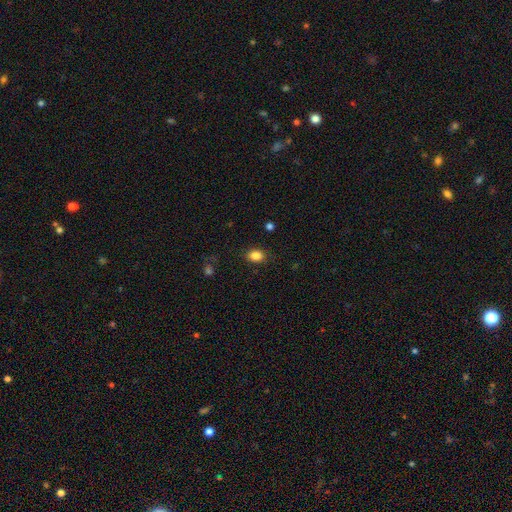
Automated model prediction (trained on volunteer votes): Smooth or featured? smooth (86%)
How rounded? in between (73%)
Merging? none (85%)